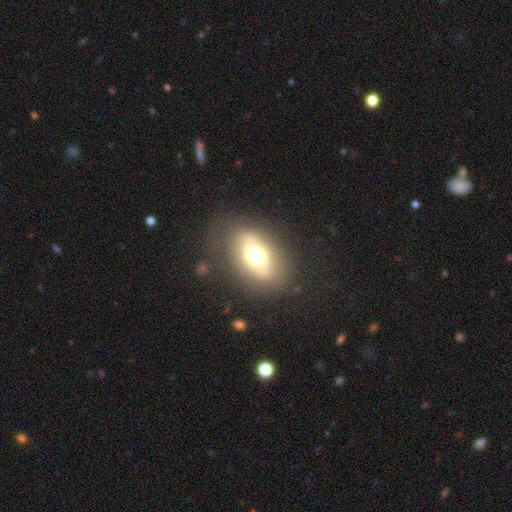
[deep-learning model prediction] Smooth or featured?
  - smooth: 59% *
  - featured or disk: 30%
  - star or artifact: 11%
How rounded?
  - in between: 77% *
  - round: 21%
  - cigar-shaped: 2%
Merging?
  - none: 73% *
  - minor disturbance: 16%
  - major disturbance: 10%
  - merger: 2%